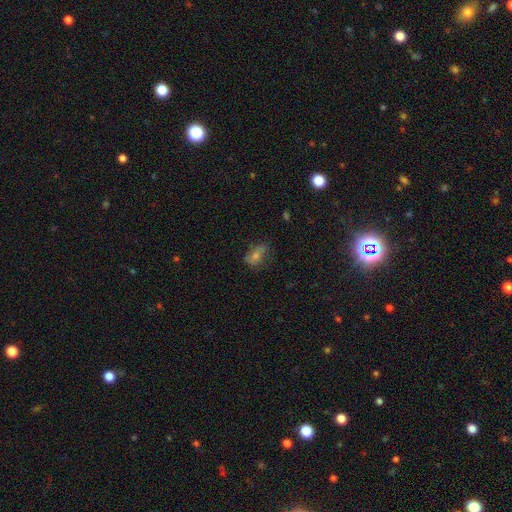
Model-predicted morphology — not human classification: Smooth or featured?
  - smooth: 41% *
  - featured or disk: 32%
  - star or artifact: 27%
Merging?
  - none: 62% *
  - minor disturbance: 24%
  - major disturbance: 12%
  - merger: 3%